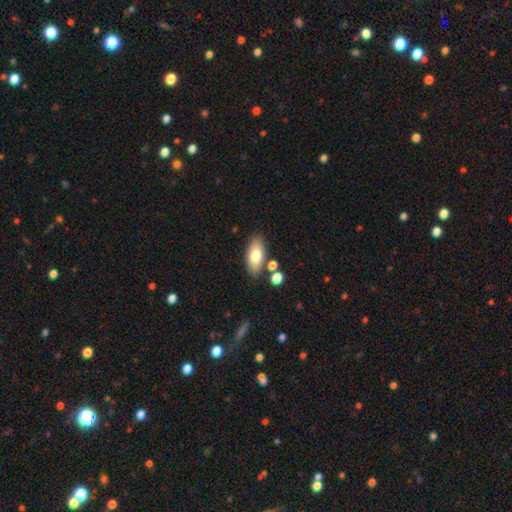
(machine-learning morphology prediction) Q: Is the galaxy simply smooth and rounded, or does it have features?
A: smooth — 75%.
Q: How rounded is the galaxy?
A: in between — 87%.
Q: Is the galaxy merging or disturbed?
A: none — 77%.